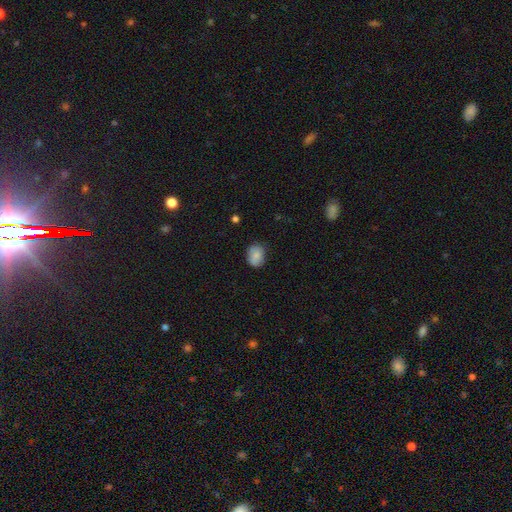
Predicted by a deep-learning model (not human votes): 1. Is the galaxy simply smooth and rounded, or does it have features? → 79% smooth, 13% featured or disk, 8% star or artifact.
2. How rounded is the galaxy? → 59% in between, 40% round, 1% cigar-shaped.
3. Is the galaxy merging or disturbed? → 75% none, 19% minor disturbance, 4% major disturbance, 2% merger.